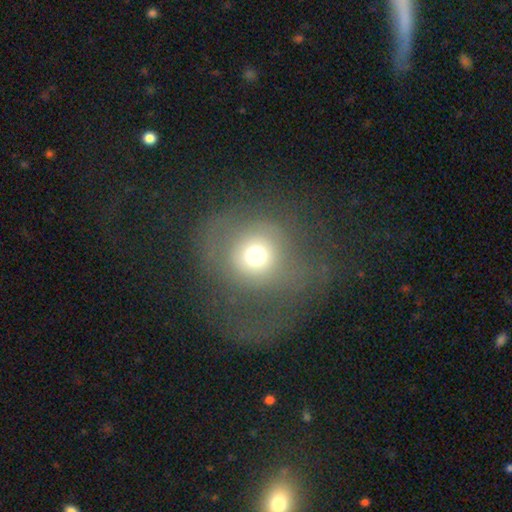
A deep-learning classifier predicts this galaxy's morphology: Smooth or featured: smooth — 57% (featured or disk — 26%)
How rounded: round — 88% (in between — 11%)
Merging: none — 54% (major disturbance — 30%)